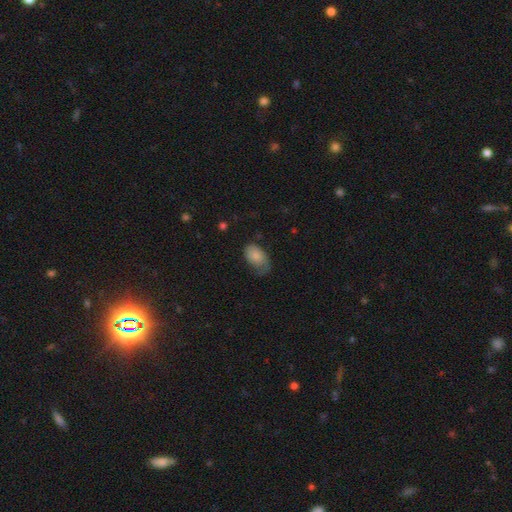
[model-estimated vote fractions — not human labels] Smooth or featured? smooth (75%)
How rounded? in between (92%)
Merging? none (39%)